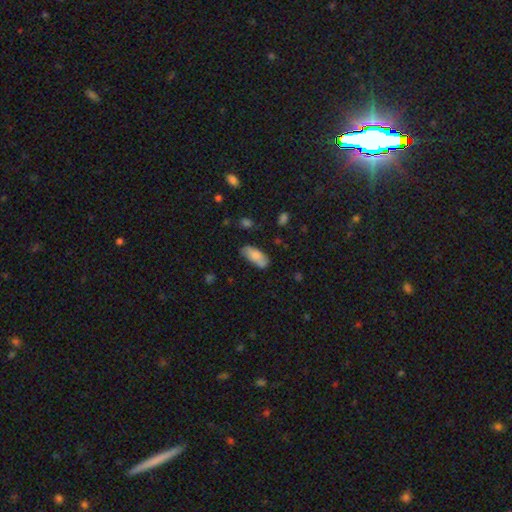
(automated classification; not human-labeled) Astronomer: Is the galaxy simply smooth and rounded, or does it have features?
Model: smooth — 77%.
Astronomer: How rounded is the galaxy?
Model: in between — 85%.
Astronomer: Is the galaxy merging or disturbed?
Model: none — 64%.